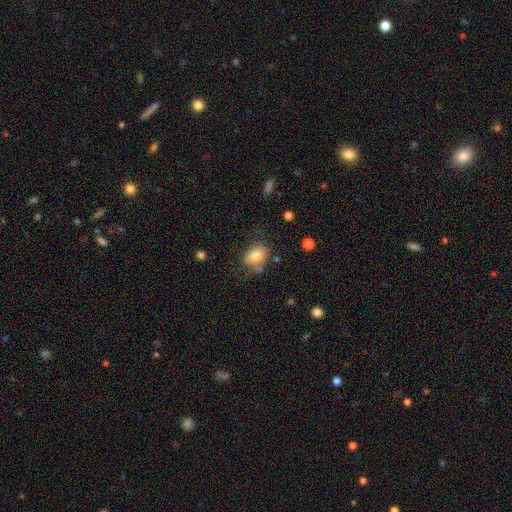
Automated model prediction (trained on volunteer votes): Morphology: type=smooth (77%); roundness=in between (77%); merging=none (65%).